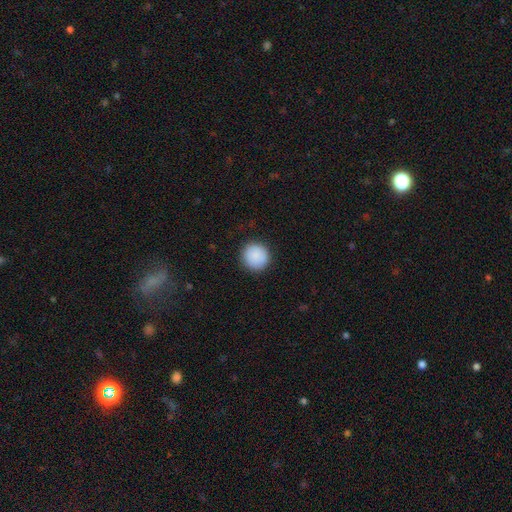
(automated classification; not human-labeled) Overall: smooth (89%). How rounded: round (95%). Merging: none (90%).